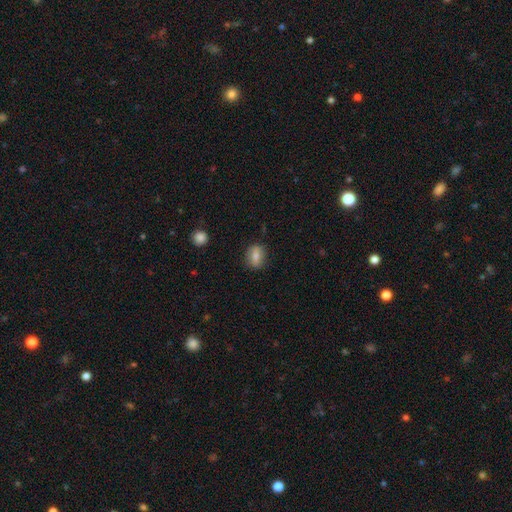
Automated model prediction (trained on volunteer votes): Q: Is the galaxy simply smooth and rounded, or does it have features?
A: smooth — 69%.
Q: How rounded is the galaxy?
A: round — 51%.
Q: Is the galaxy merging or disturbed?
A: none — 83%.